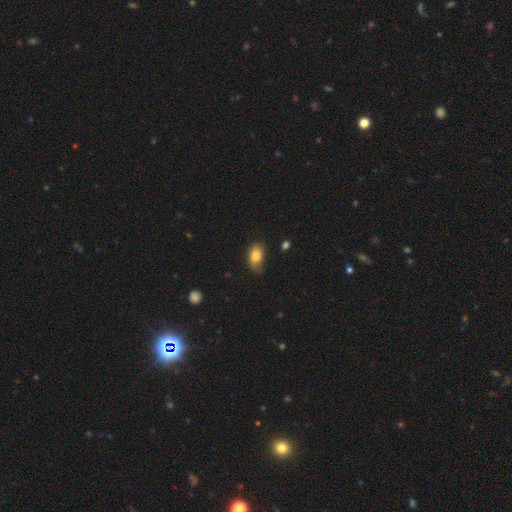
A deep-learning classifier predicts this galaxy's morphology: Smooth or featured?
  - smooth: 81% *
  - featured or disk: 10%
  - star or artifact: 8%
How rounded?
  - in between: 88% *
  - round: 10%
  - cigar-shaped: 2%
Merging?
  - none: 57% *
  - minor disturbance: 33%
  - major disturbance: 8%
  - merger: 2%